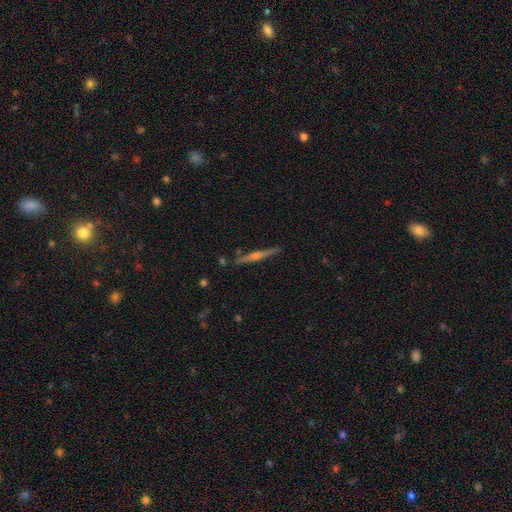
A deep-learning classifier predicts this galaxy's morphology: This appears to be a featured or disk galaxy (63%) viewed edge-on (92%) with a rounded central bulge (71%). Merging: none (84%).